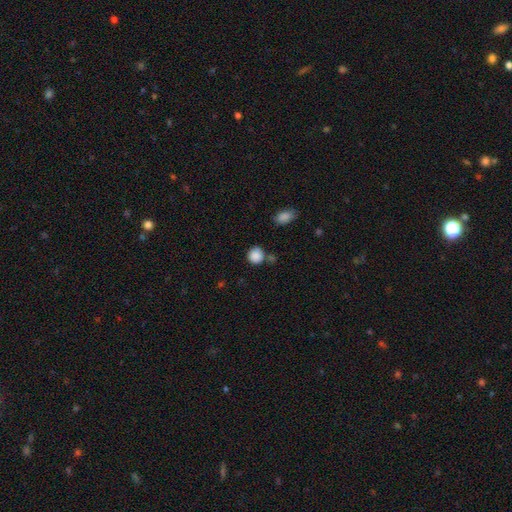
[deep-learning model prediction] smooth-or-featured: smooth: 88% | star or artifact: 9% | featured or disk: 3%
  how-rounded: round: 88% | in between: 11% | cigar-shaped: 1%
  merging: none: 72% | minor disturbance: 14% | merger: 10% | major disturbance: 4%